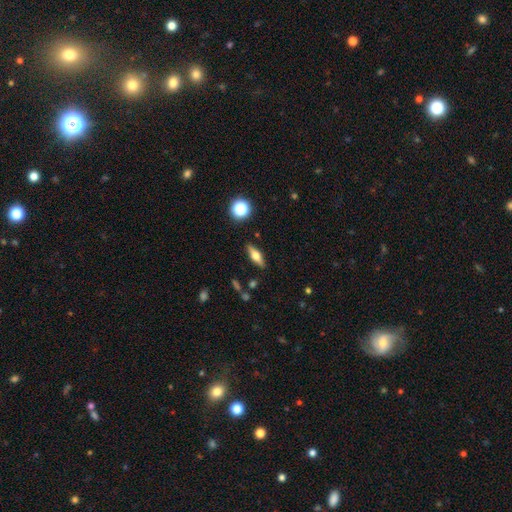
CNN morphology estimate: Smooth or featured: featured or disk — 47% (smooth — 44%)
Merging: none — 87% (minor disturbance — 9%)